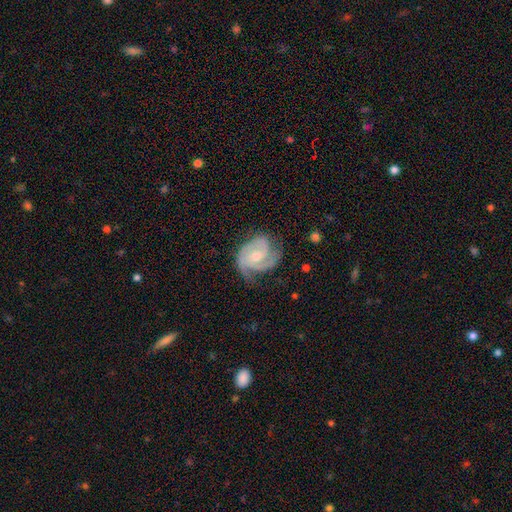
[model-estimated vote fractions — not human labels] A featured or disk galaxy (86%) with no bar (58%), 2 (45%) tight (49%) spiral arms (97%) and a moderate central bulge (58%). Merging: none (62%).